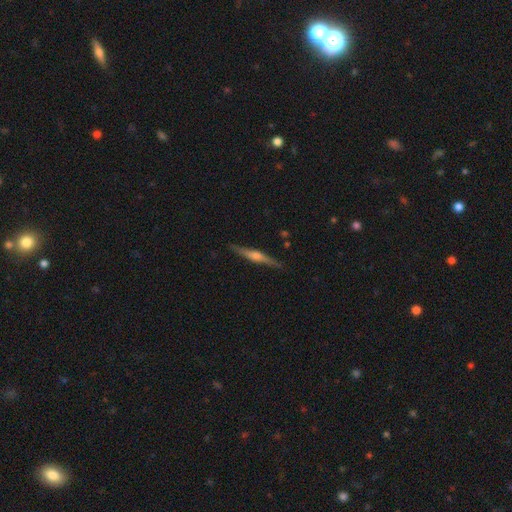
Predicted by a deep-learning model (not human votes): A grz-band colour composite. It shows a featured or disk galaxy (69%) viewed edge-on (98%) with a rounded central bulge (77%). Merging: none (89%).